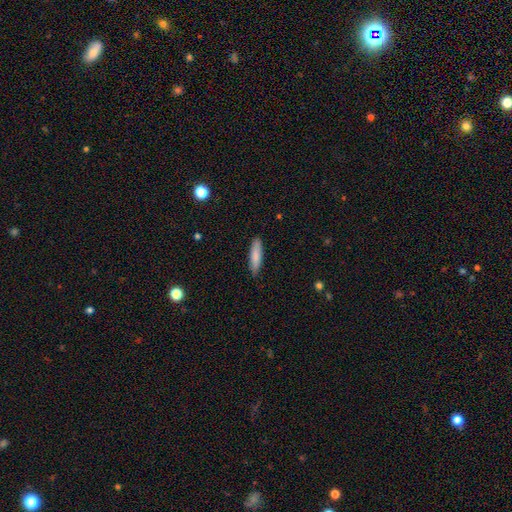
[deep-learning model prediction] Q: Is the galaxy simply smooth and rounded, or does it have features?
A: smooth — 84%.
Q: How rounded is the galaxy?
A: cigar-shaped — 72%.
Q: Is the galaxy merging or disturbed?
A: none — 87%.